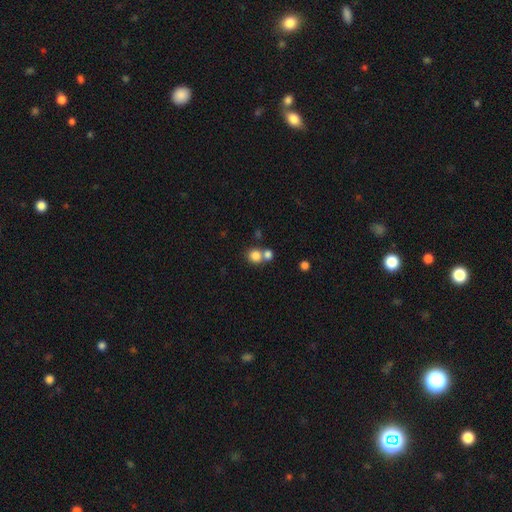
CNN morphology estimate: This appears to be a smooth galaxy with no disk features (81%) that is round (84%). Merging: none (48%).